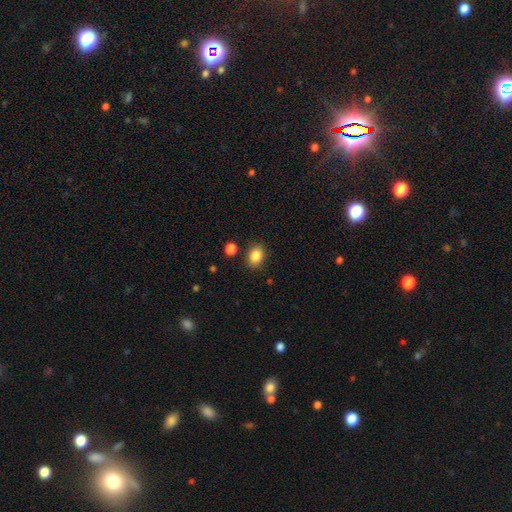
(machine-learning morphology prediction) type=smooth (86%); roundness=in between (59%); merging=none (84%).